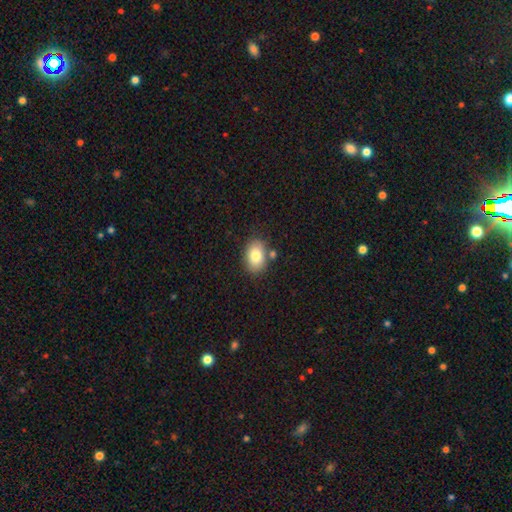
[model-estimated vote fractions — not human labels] A smooth galaxy with no disk features (80%) that is in between round and cigar-shaped (81%).

Vote fractions:
- Smooth or featured? smooth: 80% / featured or disk: 11% / star or artifact: 8%
- How rounded? in between: 81% / round: 18% / cigar-shaped: 1%
- Merging? none: 76% / minor disturbance: 12% / merger: 8% / major disturbance: 3%